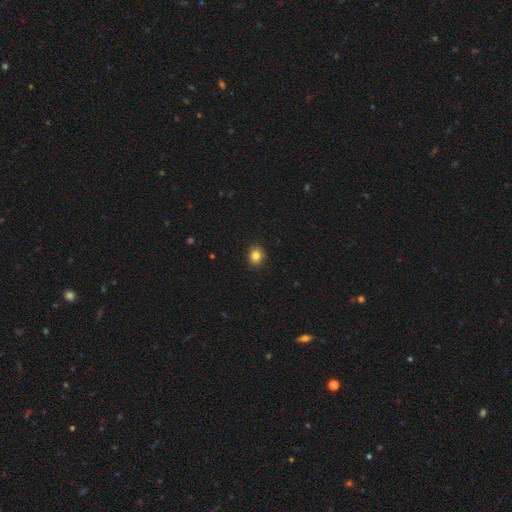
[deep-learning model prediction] Smooth or featured? smooth (84%)
How rounded? round (74%)
Merging? none (91%)